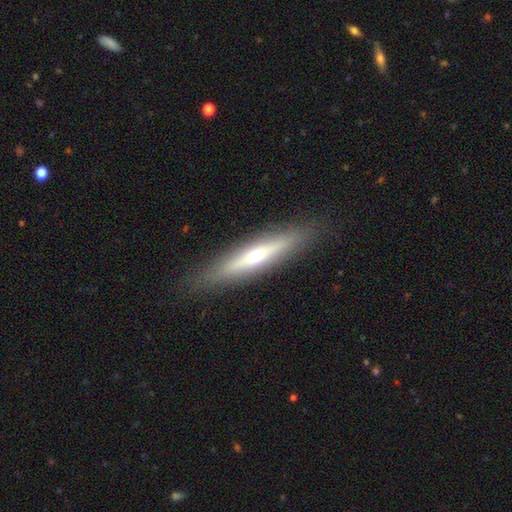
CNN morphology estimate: This is possibly a featured or disk galaxy (56%). It is clearly viewed edge-on (89%). Edge-on bulge: clearly rounded (84%). Merging: clearly none (89%).